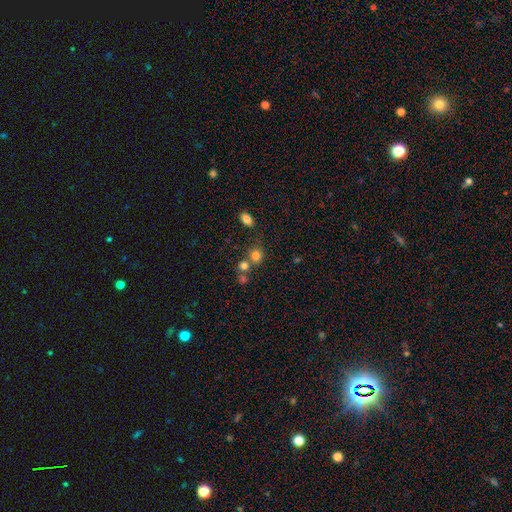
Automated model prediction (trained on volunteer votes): Smooth or featured?
  - smooth: 79% *
  - star or artifact: 14%
  - featured or disk: 7%
How rounded?
  - round: 77% *
  - in between: 22%
  - cigar-shaped: 1%
Merging?
  - none: 59% *
  - merger: 27%
  - minor disturbance: 10%
  - major disturbance: 4%